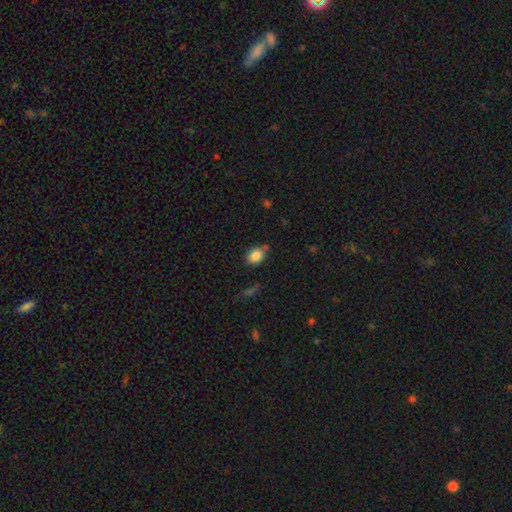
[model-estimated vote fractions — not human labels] Smooth or featured? smooth (84%)
How rounded? in between (58%)
Merging? none (72%)